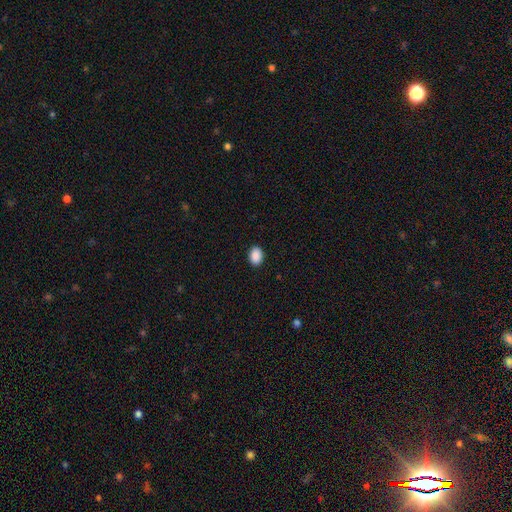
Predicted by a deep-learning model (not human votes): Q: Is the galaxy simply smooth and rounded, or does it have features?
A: smooth — 90%.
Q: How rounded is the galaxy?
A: in between — 74%.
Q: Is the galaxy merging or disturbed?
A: none — 91%.